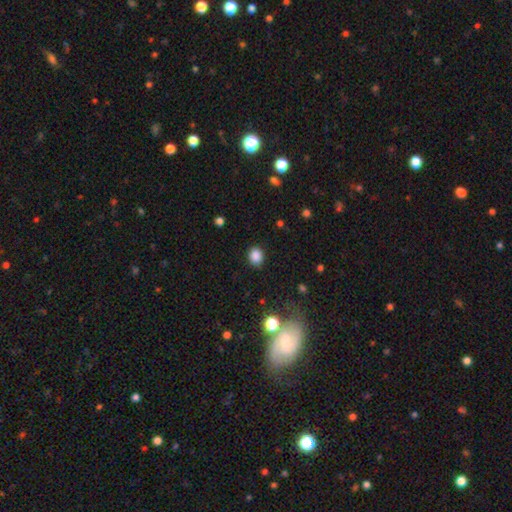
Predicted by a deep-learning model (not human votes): smooth 86%, star or artifact 11%, featured or disk 3%. Down the decision tree: how rounded — round (66%); merging — none (87%).